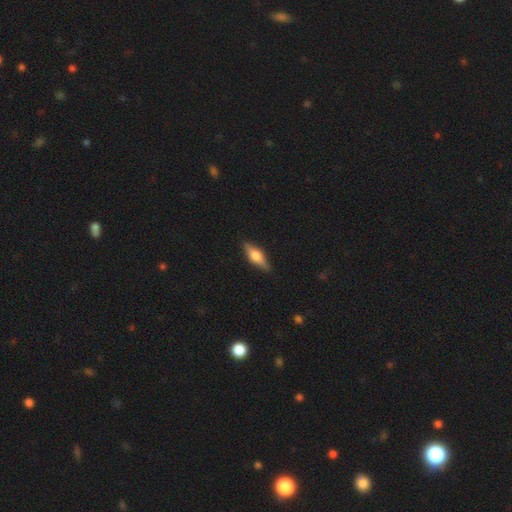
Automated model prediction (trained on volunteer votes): Morphology: type=smooth (50%); merging=none (87%).